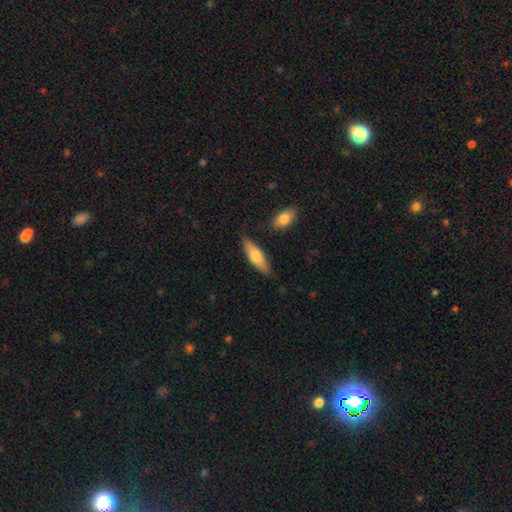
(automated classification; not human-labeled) Morphology: type=smooth (68%); roundness=in between (56%); merging=none (81%).